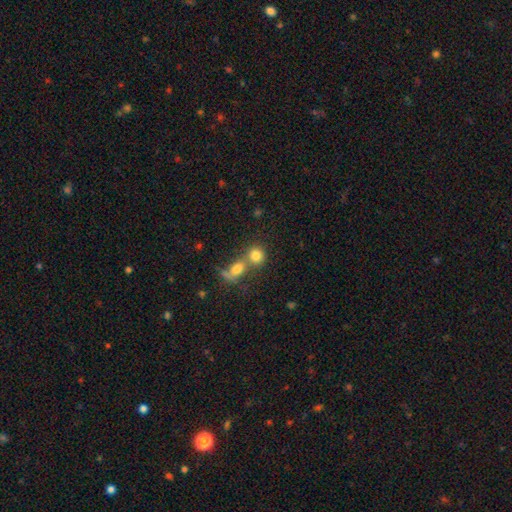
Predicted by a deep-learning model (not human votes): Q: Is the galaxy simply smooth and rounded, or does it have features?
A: smooth — 79%.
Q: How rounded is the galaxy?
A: round — 76%.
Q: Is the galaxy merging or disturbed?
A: merger — 51%.